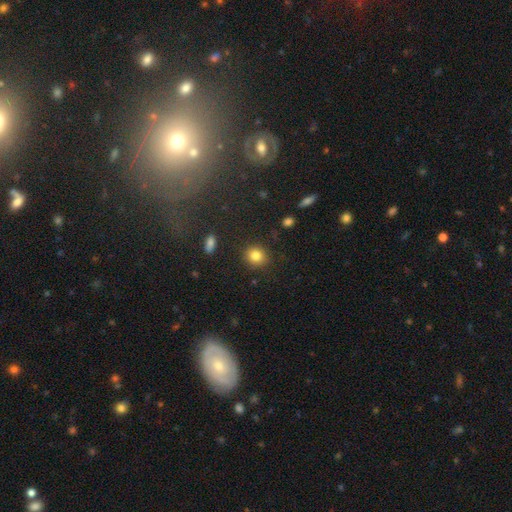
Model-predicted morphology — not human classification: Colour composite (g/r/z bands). It shows a smooth galaxy with no disk features (83%) that is round (84%). Merging: none (88%).